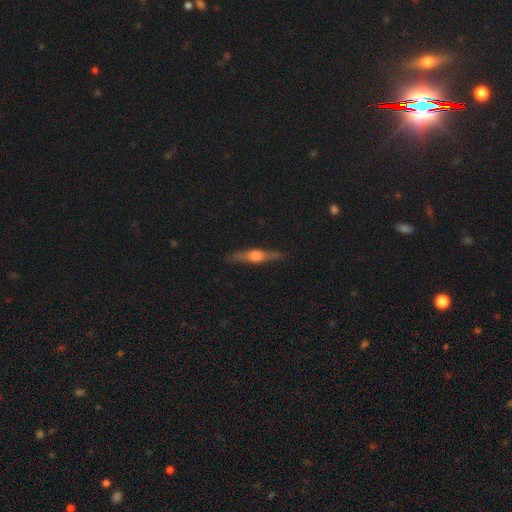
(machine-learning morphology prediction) Smooth or featured? featured or disk (75%)
Edge-on disk? yes (97%)
Edge-on bulge? rounded (88%)
Merging? none (89%)